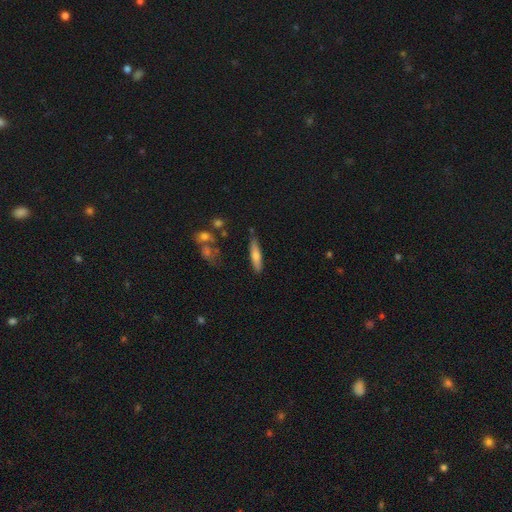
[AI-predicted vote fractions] Smooth or featured? smooth (64%)
How rounded? cigar-shaped (80%)
Merging? none (80%)